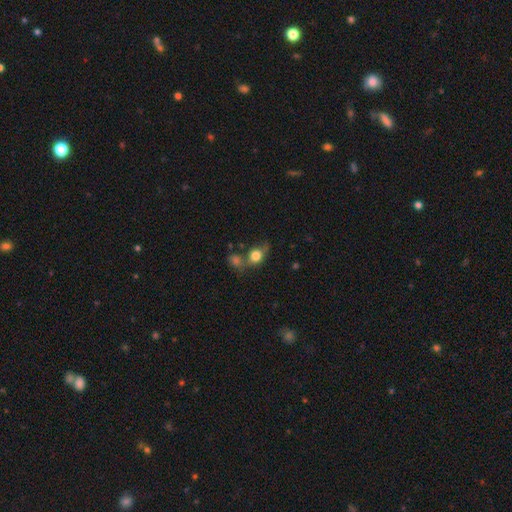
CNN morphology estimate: A smooth galaxy with no disk features (75%) that is round (64%).

Vote fractions:
- Smooth or featured? smooth: 75% / featured or disk: 14% / star or artifact: 11%
- How rounded? round: 64% / in between: 34% / cigar-shaped: 2%
- Merging? none: 39% / merger: 32% / minor disturbance: 17% / major disturbance: 12%